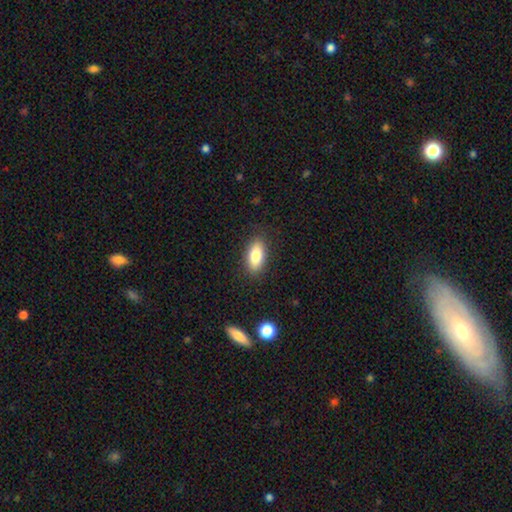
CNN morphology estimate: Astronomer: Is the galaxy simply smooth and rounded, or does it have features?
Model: smooth — 81%.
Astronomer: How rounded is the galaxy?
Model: in between — 87%.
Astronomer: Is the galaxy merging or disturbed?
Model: none — 87%.